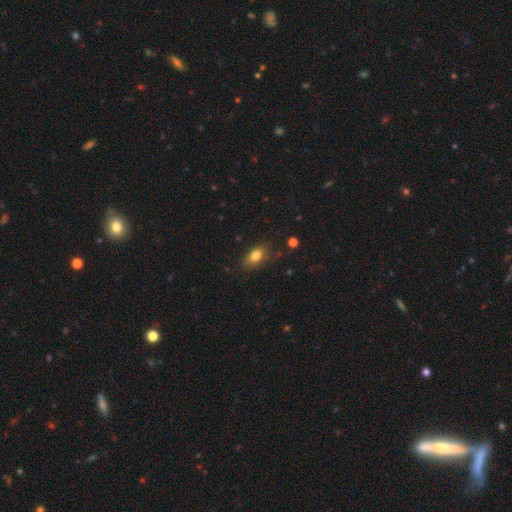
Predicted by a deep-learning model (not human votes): Smooth or featured? smooth (81%)
How rounded? in between (85%)
Merging? none (76%)